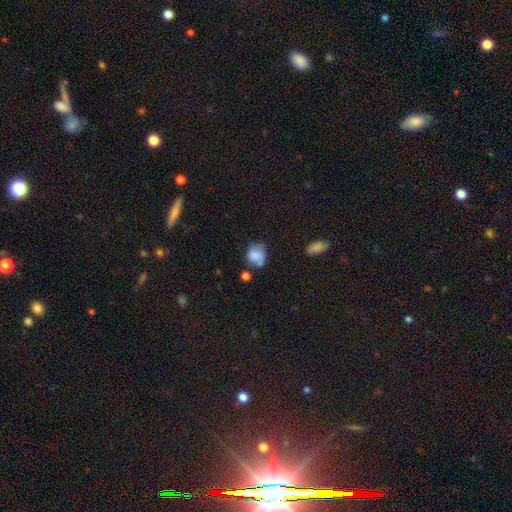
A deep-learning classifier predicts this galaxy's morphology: Smooth or featured? Predicted: smooth (p=0.72). How rounded? Predicted: round (p=0.59). Merging? Predicted: none (p=0.45).